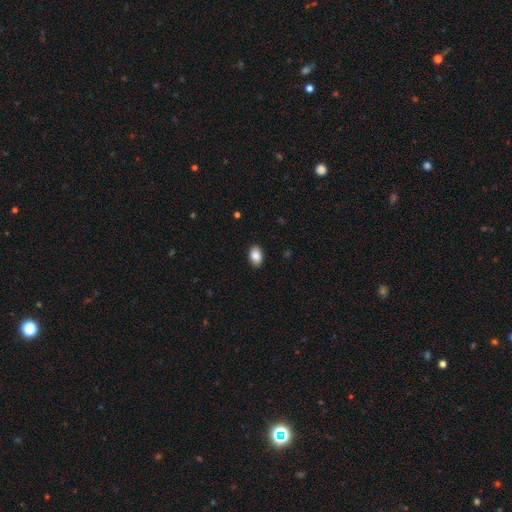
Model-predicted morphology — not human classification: A smooth galaxy with no disk features (87%) that is in between round and cigar-shaped (87%).

Vote fractions:
- Smooth or featured? smooth: 87% / star or artifact: 7% / featured or disk: 5%
- How rounded? in between: 87% / round: 11% / cigar-shaped: 1%
- Merging? none: 89% / minor disturbance: 8% / major disturbance: 2% / merger: 1%